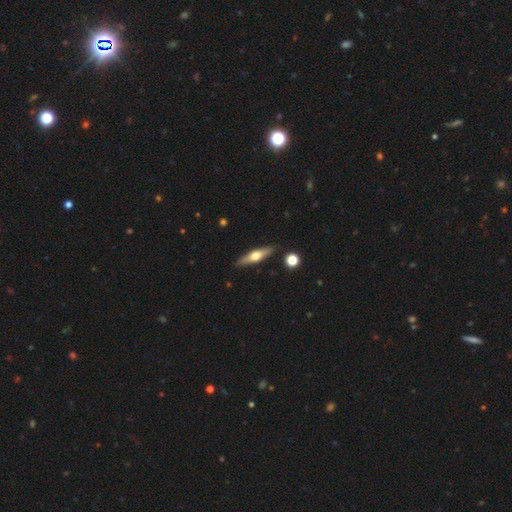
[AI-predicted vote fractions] Smooth or featured? Predicted: featured or disk (p=0.53). Edge-on disk? Predicted: yes (p=0.92). Merging? Predicted: none (p=0.88).